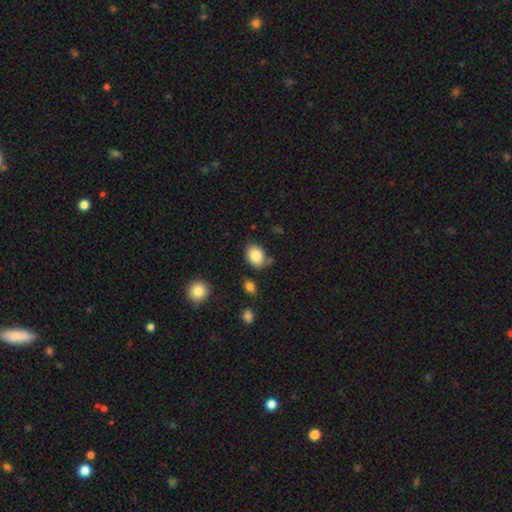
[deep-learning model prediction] smooth-or-featured: smooth: 85% | star or artifact: 8% | featured or disk: 7%
  how-rounded: in between: 66% | round: 33% | cigar-shaped: 1%
  merging: none: 69% | minor disturbance: 19% | merger: 7% | major disturbance: 5%